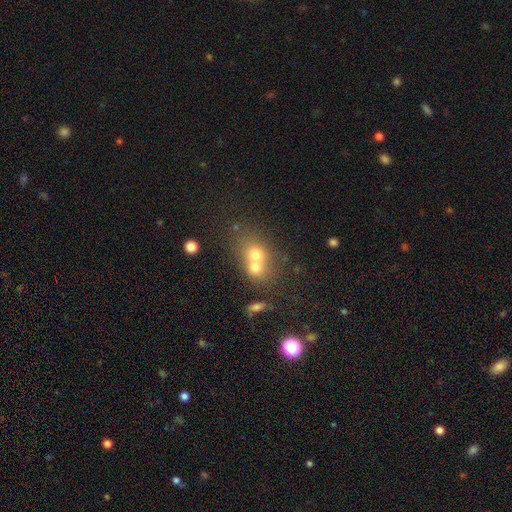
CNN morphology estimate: Overall: smooth (65%). How rounded: round (62%; in between 36%). Merging: merger (64%; none 26%).